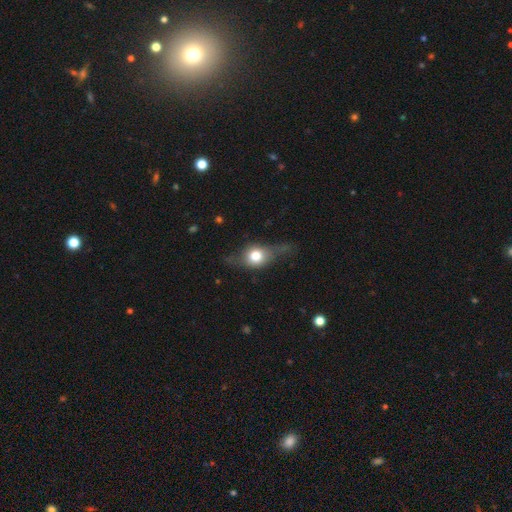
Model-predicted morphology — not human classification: Q: Smooth or featured?
A: smooth (52%); runner-up: featured or disk (40%)
Q: How rounded?
A: round (53%); runner-up: in between (40%)
Q: Merging?
A: none (54%); runner-up: minor disturbance (27%)